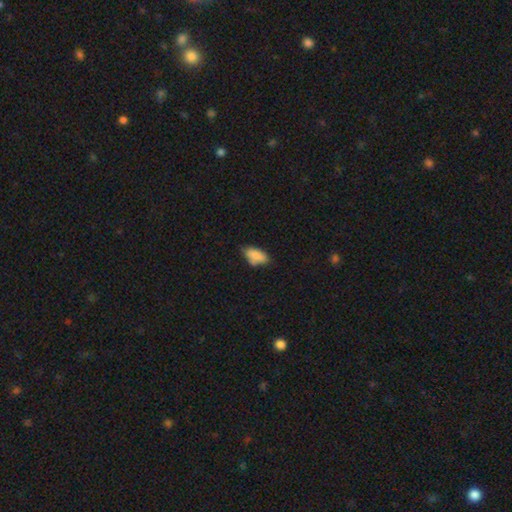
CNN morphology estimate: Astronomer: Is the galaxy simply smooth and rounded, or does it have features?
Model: smooth — 83%.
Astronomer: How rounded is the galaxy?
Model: in between — 90%.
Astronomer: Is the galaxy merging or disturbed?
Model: none — 58%.